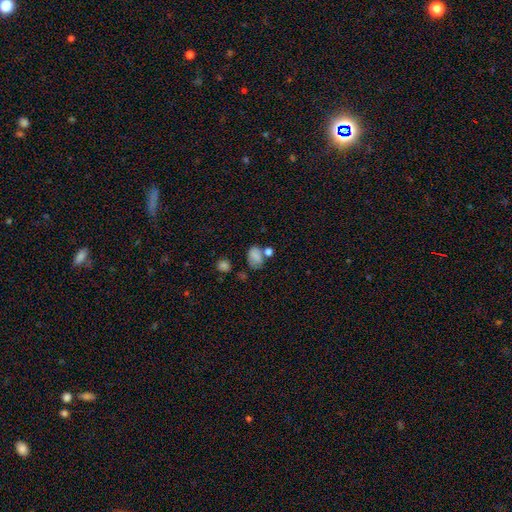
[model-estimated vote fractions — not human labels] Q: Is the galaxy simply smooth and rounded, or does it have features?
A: smooth — 77%.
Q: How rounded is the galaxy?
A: in between — 76%.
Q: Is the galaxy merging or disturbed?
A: none — 48%.